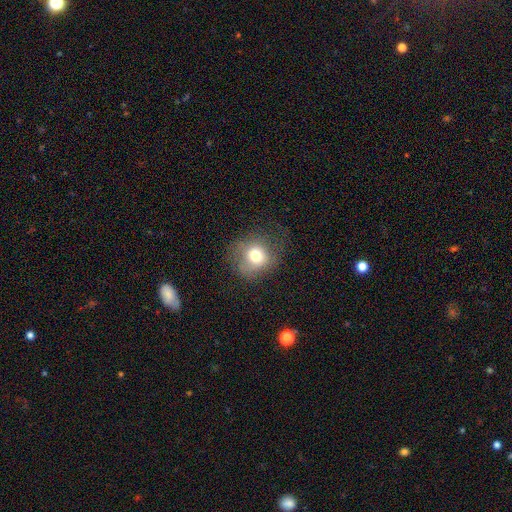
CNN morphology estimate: Smooth or featured?
  - smooth: 72% *
  - featured or disk: 16%
  - star or artifact: 12%
How rounded?
  - round: 80% *
  - in between: 19%
  - cigar-shaped: 1%
Merging?
  - none: 60% *
  - minor disturbance: 22%
  - major disturbance: 17%
  - merger: 1%